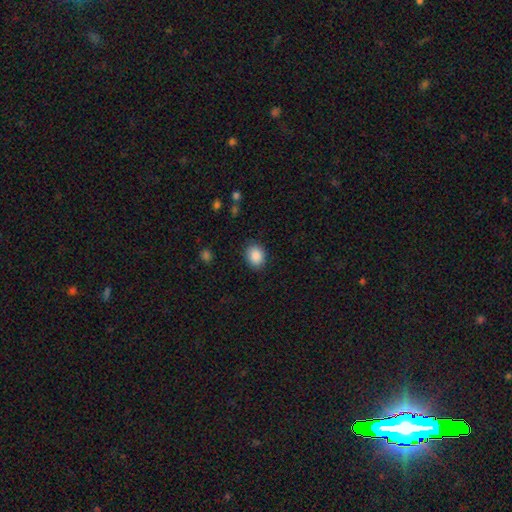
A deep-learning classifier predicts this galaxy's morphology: Overall: smooth (89%). How rounded: in between (53%; round 46%). Merging: none (86%).